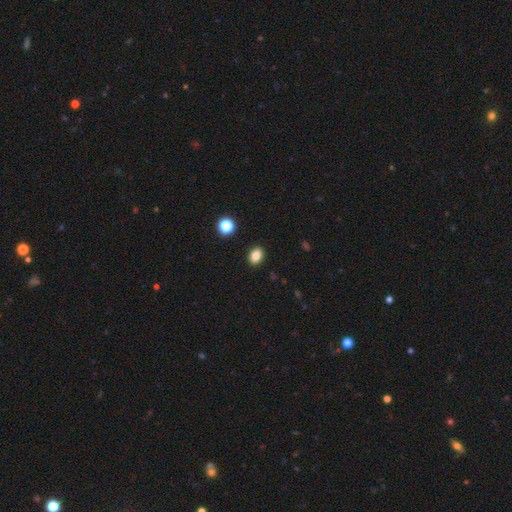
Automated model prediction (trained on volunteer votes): This is clearly a smooth galaxy (84%). How rounded: likely in between (71%). Merging: clearly none (90%).